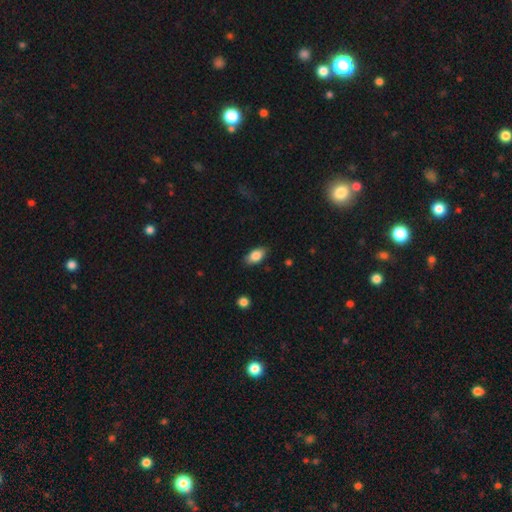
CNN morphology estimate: A smooth galaxy with no disk features (85%) that is in between round and cigar-shaped (92%).

Vote fractions:
- Smooth or featured? smooth: 85% / featured or disk: 8% / star or artifact: 7%
- How rounded? in between: 92% / round: 5% / cigar-shaped: 4%
- Merging? none: 85% / minor disturbance: 12% / major disturbance: 2% / merger: 1%